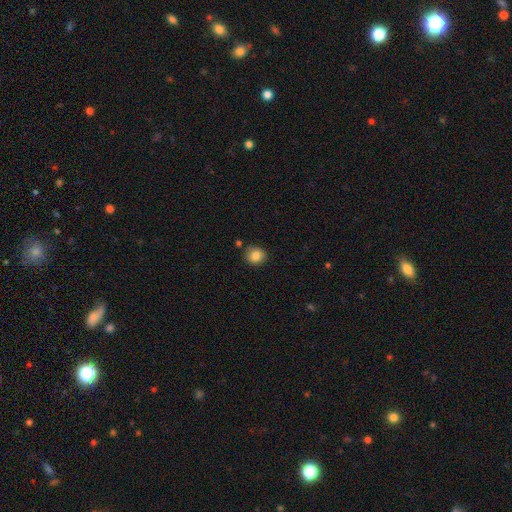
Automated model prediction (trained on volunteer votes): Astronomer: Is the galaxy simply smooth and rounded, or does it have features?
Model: smooth — 85%.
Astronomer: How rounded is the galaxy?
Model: round — 81%.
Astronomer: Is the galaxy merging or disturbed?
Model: none — 80%.